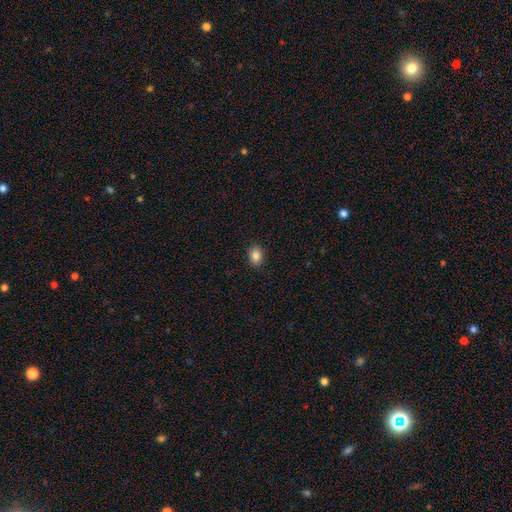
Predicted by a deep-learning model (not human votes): This appears to be a smooth galaxy with no disk features (86%) that is in between round and cigar-shaped (70%). Merging: none (89%).